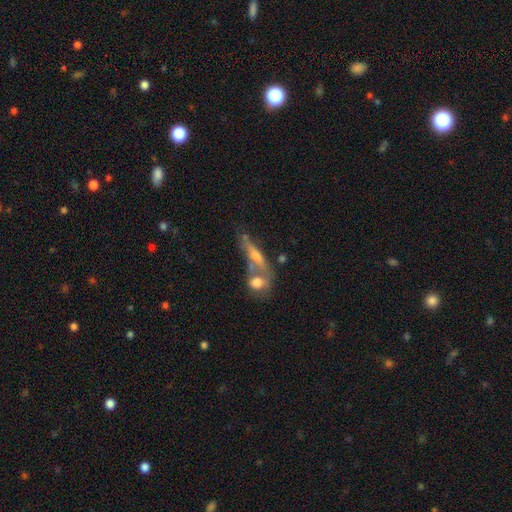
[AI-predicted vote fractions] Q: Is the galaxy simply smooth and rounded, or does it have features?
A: smooth — 47%.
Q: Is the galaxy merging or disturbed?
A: merger — 42%.